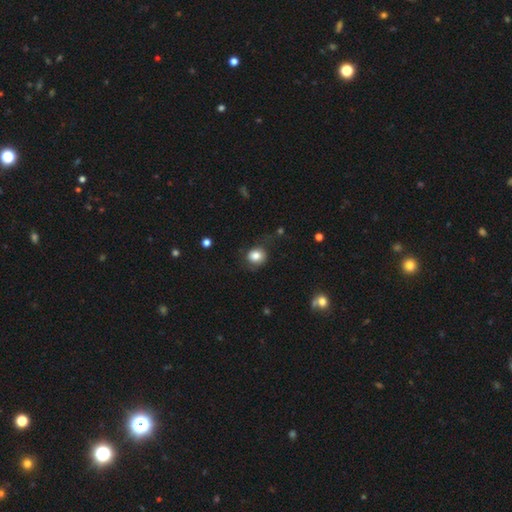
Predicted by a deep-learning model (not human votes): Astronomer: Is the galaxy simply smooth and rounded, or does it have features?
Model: smooth — 82%.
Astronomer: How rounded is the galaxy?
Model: round — 71%.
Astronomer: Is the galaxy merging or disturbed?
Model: none — 68%.